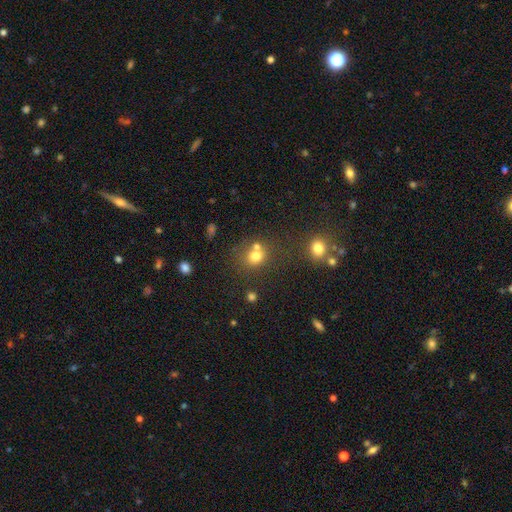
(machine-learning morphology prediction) A smooth galaxy with no disk features (73%) that is round (76%). Merging: none (51%).